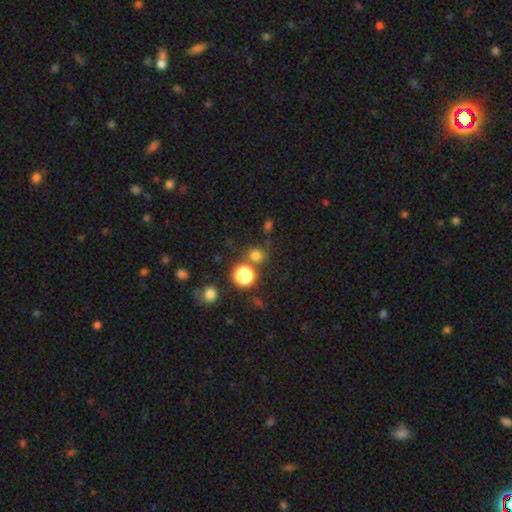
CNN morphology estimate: Smooth or featured: star or artifact — 51% (smooth — 40%)